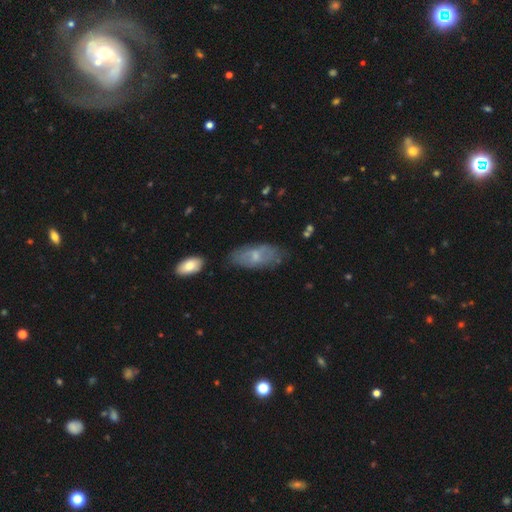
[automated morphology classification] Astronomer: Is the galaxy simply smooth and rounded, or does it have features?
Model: smooth — 52% (runner-up: featured or disk, 41%).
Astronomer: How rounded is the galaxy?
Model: in between — 87%.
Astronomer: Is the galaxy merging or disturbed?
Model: none — 67%.